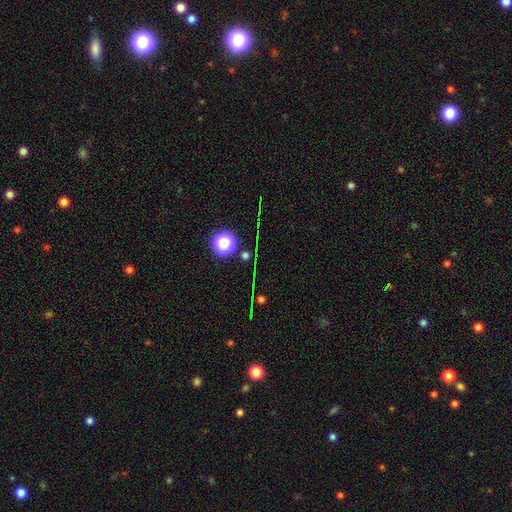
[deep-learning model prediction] smooth_or_featured: star or artifact (p=0.70) [alt: smooth p=0.20]